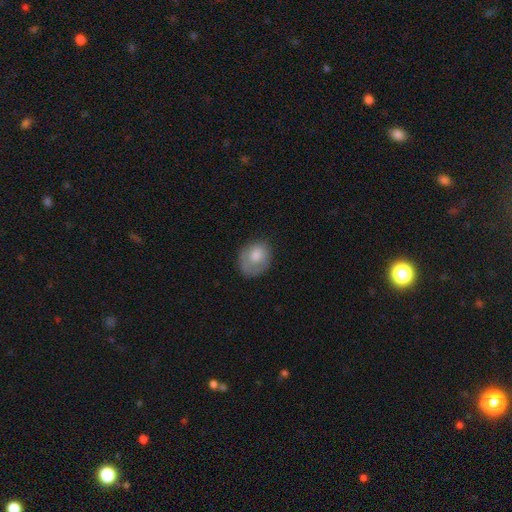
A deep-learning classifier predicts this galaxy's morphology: type=smooth (72%); roundness=in between (52%); merging=none (58%).